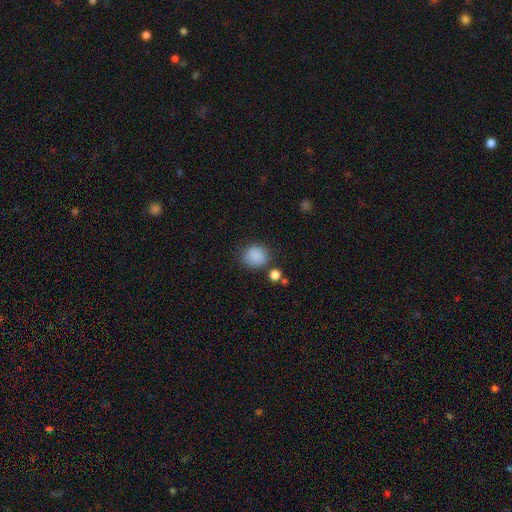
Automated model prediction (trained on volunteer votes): Smooth or featured? Predicted: smooth (p=0.86). How rounded? Predicted: round (p=0.72). Merging? Predicted: none (p=0.75).